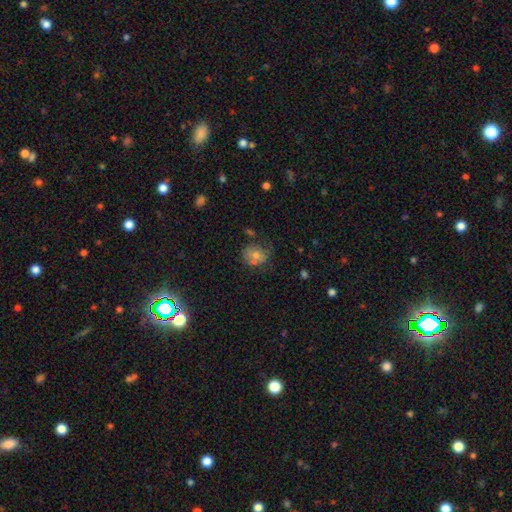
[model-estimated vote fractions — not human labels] The model was most divided on "smooth or featured": smooth: 54%, featured or disk: 24%, star or artifact: 23%. More confident: how rounded — round (69%); merging — none (60%).